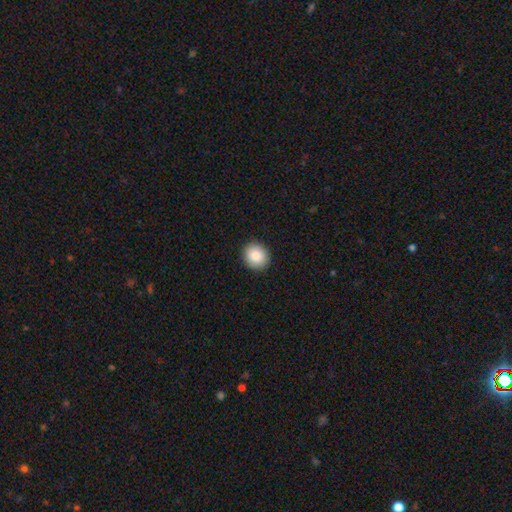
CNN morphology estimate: A smooth galaxy with no disk features (88%) that is round (77%).

Vote fractions:
- Smooth or featured? smooth: 88% / star or artifact: 8% / featured or disk: 4%
- How rounded? round: 77% / in between: 22% / cigar-shaped: 1%
- Merging? none: 91% / minor disturbance: 6% / major disturbance: 2% / merger: 1%